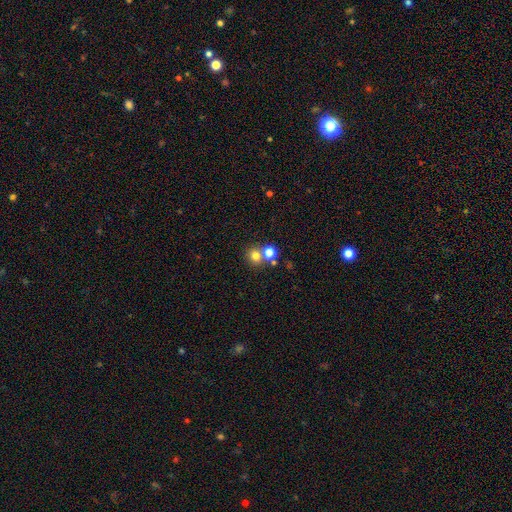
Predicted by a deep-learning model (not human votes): Morphology: type=smooth (75%); roundness=round (82%); merging=none (55%).